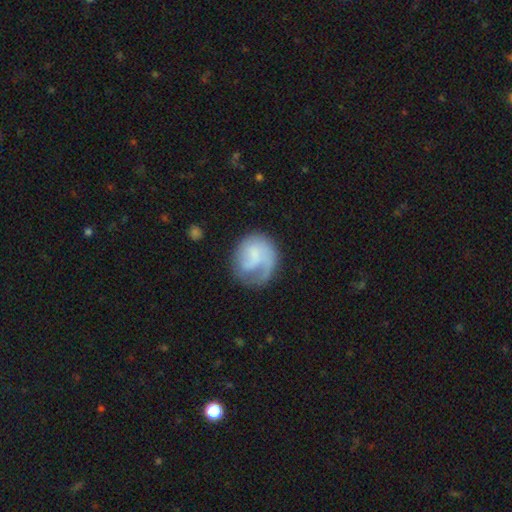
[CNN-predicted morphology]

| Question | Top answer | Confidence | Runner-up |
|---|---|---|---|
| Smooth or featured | featured or disk | 51% | smooth (42%) |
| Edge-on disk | no | 98% | yes (2%) |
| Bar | no | 62% | weak (31%) |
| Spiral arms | yes | 75% | no (25%) |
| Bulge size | none | 45% | small (29%) |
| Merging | none | 46% | major disturbance (29%) |